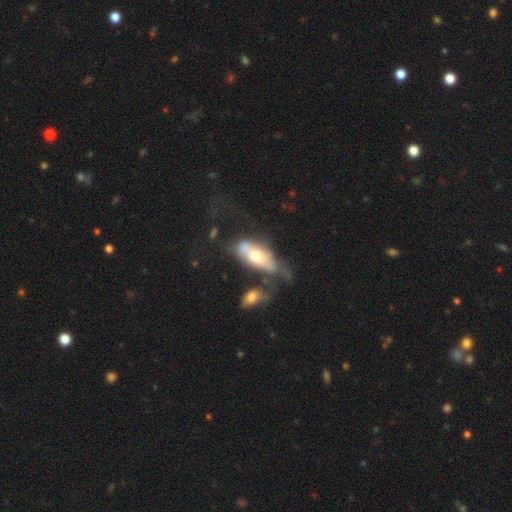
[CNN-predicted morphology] A featured or disk galaxy (50%).

Vote fractions:
- Smooth or featured? featured or disk: 50% / smooth: 43% / star or artifact: 7%
- Merging? major disturbance: 37% / merger: 29% / minor disturbance: 17% / none: 17%